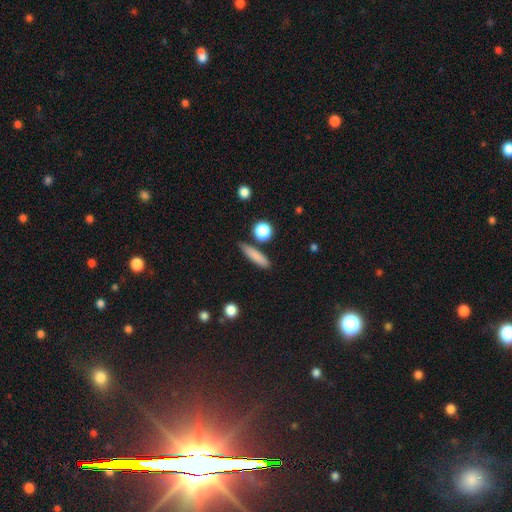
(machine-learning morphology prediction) Overall: smooth (81%). How rounded: cigar-shaped (76%). Merging: none (80%).